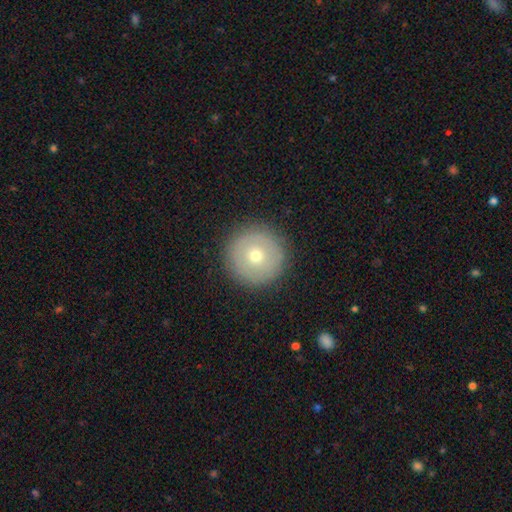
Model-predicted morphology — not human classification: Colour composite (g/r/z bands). It shows a smooth galaxy with no disk features (56%) that is round (96%). Merging: none (90%).